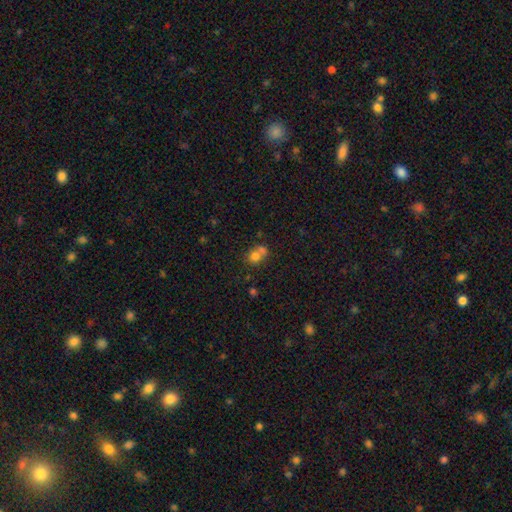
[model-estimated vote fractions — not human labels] Smooth or featured?
  - smooth: 75% *
  - star or artifact: 13%
  - featured or disk: 13%
How rounded?
  - round: 73% *
  - in between: 26%
  - cigar-shaped: 1%
Merging?
  - merger: 50% *
  - none: 36%
  - minor disturbance: 9%
  - major disturbance: 5%